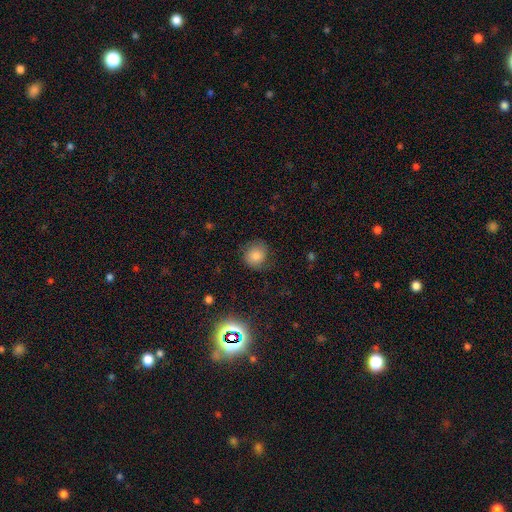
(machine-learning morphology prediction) smooth 75%, featured or disk 13%, star or artifact 12%. Down the decision tree: how rounded — round (85%); merging — none (73%).